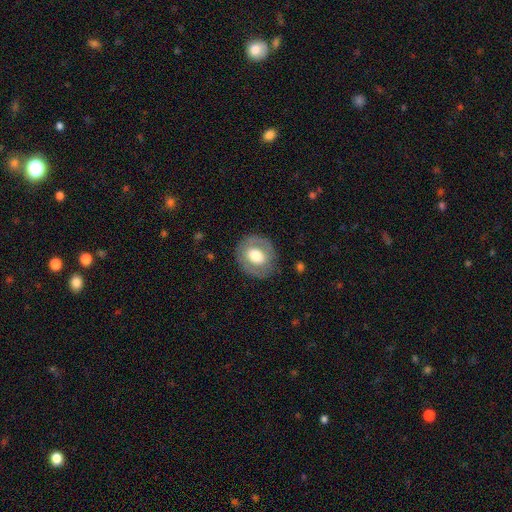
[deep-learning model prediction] smooth_or_featured: smooth (p=0.49) [alt: featured or disk p=0.44]
merging: none (p=0.80) [alt: minor disturbance p=0.12]